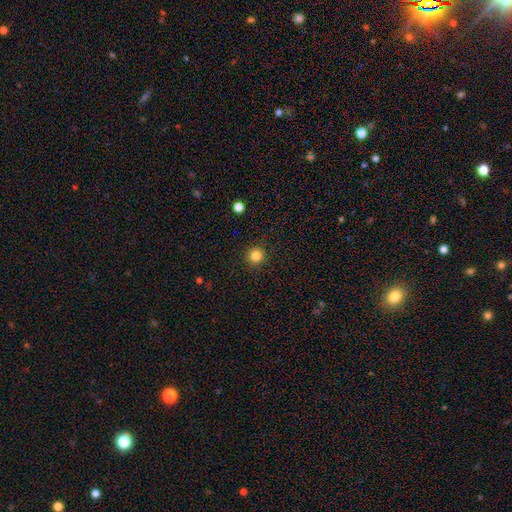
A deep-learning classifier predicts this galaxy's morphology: Q: Smooth or featured?
A: smooth (84%); runner-up: star or artifact (12%)
Q: How rounded?
A: round (95%); runner-up: in between (5%)
Q: Merging?
A: none (92%); runner-up: minor disturbance (5%)